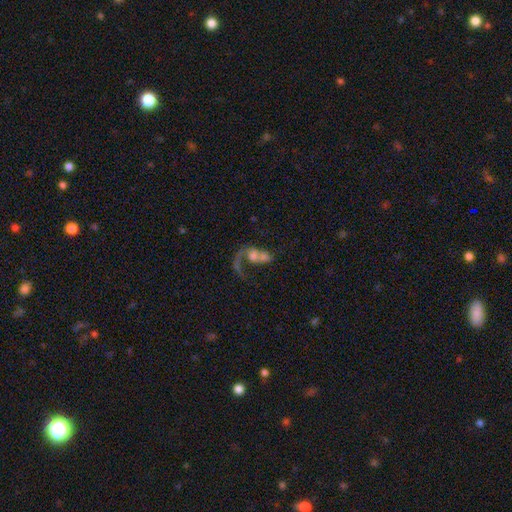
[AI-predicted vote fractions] Smooth or featured: featured or disk — 51% (smooth — 37%)
Edge-on disk: no — 96% (yes — 4%)
Merging: merger — 56% (major disturbance — 24%)